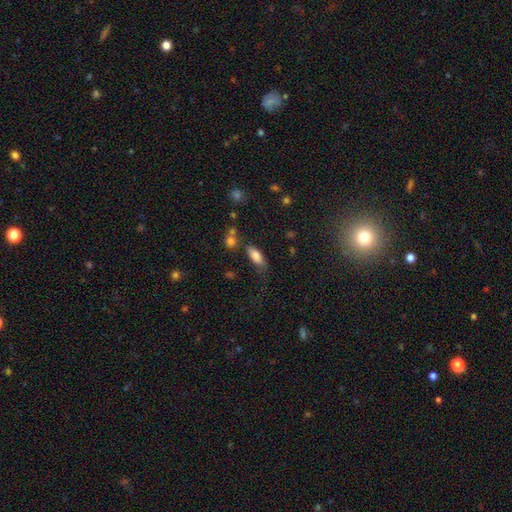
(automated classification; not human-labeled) Smooth or featured?
  - smooth: 81% *
  - featured or disk: 10%
  - star or artifact: 8%
How rounded?
  - in between: 80% *
  - cigar-shaped: 17%
  - round: 3%
Merging?
  - none: 63% *
  - minor disturbance: 22%
  - major disturbance: 8%
  - merger: 8%